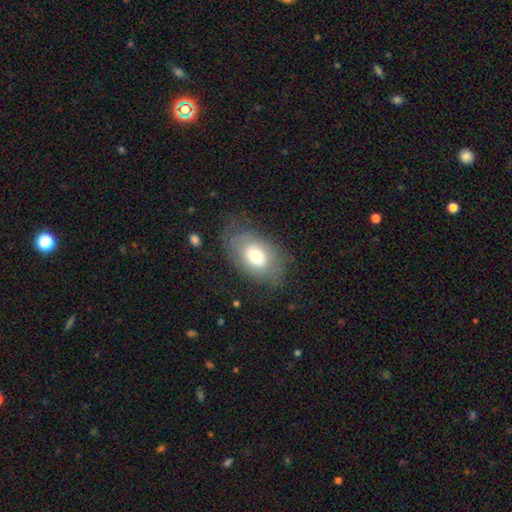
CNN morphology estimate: Q: Smooth or featured?
A: smooth (64%); runner-up: featured or disk (27%)
Q: How rounded?
A: in between (85%); runner-up: round (14%)
Q: Merging?
A: none (66%); runner-up: minor disturbance (21%)